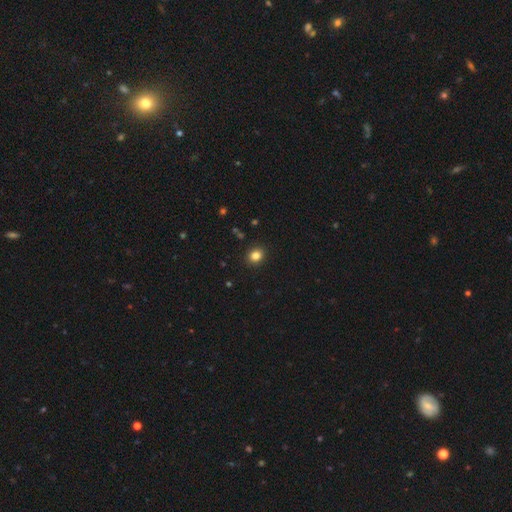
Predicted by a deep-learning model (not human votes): The model was most divided on "how rounded": round: 70%, in between: 29%, cigar-shaped: 1%. More confident: merging — none (91%); smooth or featured — smooth (83%).